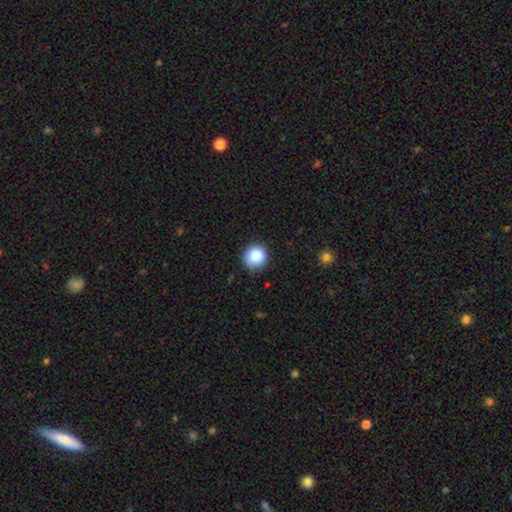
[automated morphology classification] This appears to be a smooth galaxy with no disk features (85%) that is round (91%). Merging: none (88%).